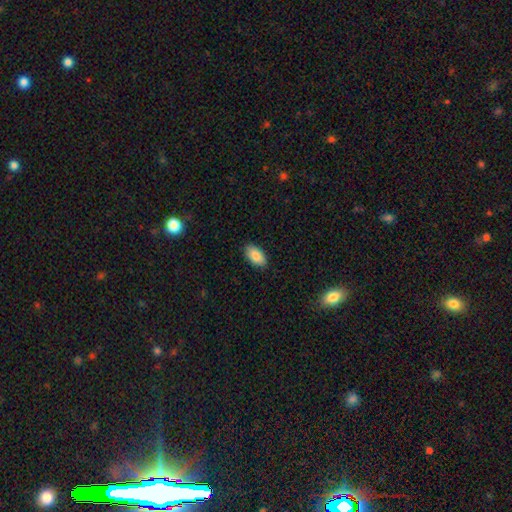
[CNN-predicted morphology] smooth_or_featured: smooth (p=0.86) [alt: star or artifact p=0.07]
how_rounded: in between (p=0.94) [alt: round p=0.04]
merging: none (p=0.88) [alt: minor disturbance p=0.09]